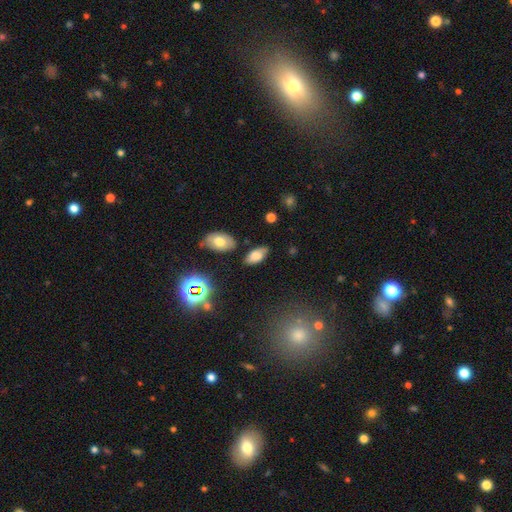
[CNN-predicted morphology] smooth 71%, featured or disk 17%, star or artifact 12%. Down the decision tree: how rounded — in between (91%); merging — none (72%).